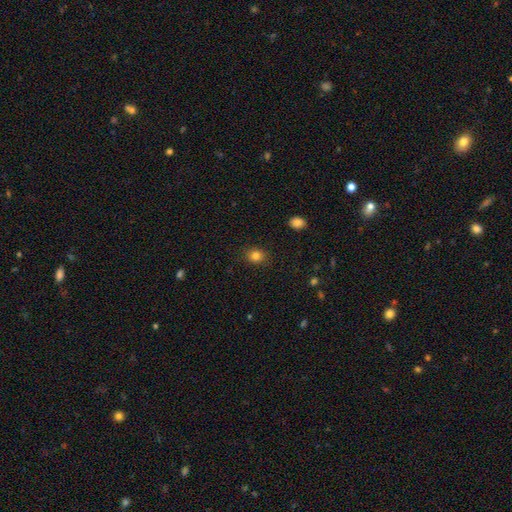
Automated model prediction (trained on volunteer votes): Overall: smooth (83%). How rounded: round (70%). Merging: none (88%).